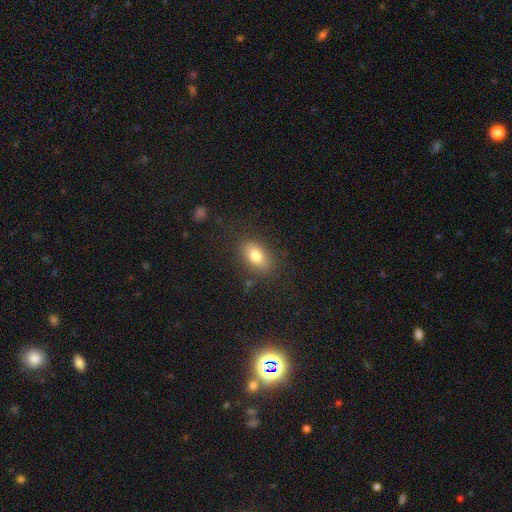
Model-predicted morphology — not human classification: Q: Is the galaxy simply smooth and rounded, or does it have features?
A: smooth — 79%.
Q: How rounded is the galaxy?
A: in between — 87%.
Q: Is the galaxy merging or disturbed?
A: none — 82%.